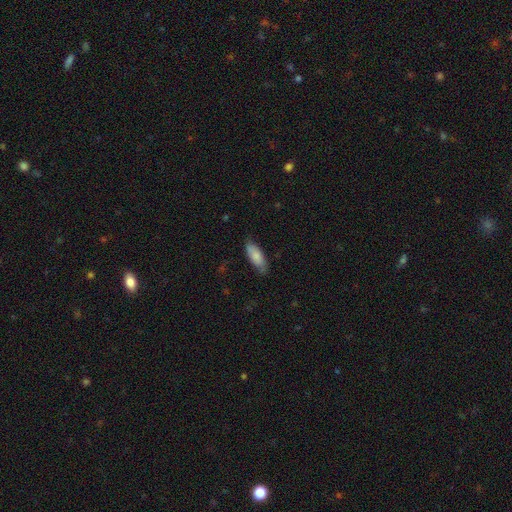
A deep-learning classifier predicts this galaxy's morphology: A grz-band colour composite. It shows a smooth galaxy with no disk features (80%) that is in between round and cigar-shaped (73%). Merging: none (75%).